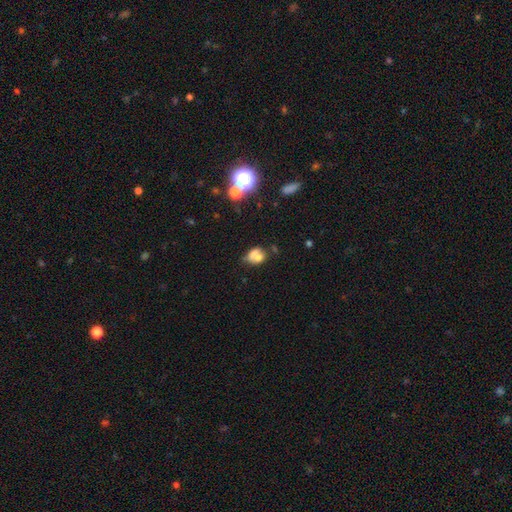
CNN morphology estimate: The model was most divided on "merging": merger: 44%, none: 30%, minor disturbance: 16%, major disturbance: 10%. More confident: how rounded — in between (61%); smooth or featured — smooth (61%).